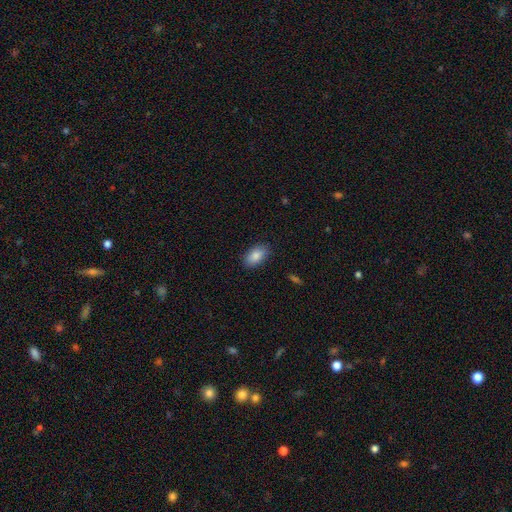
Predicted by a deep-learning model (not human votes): This appears to be a smooth galaxy with no disk features (86%) that is in between round and cigar-shaped (92%). Merging: none (87%).